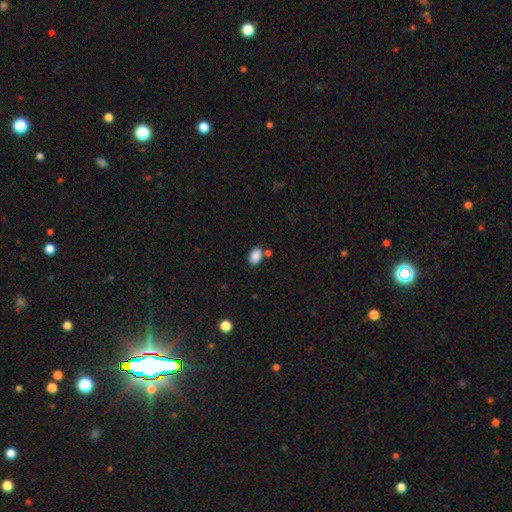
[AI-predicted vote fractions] Smooth or featured? Predicted: smooth (p=0.87). How rounded? Predicted: in between (p=0.87). Merging? Predicted: none (p=0.69).